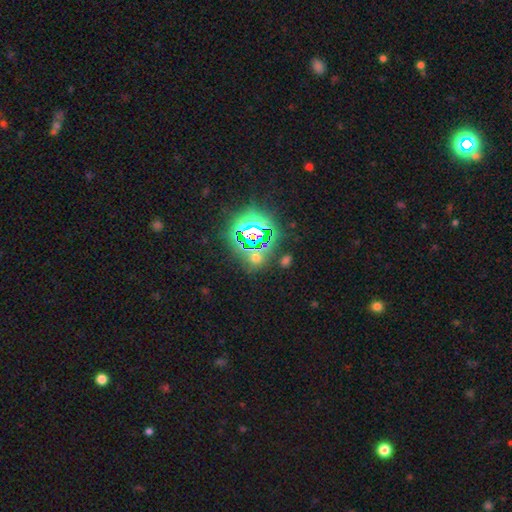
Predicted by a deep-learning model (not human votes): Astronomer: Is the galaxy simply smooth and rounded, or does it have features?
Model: star or artifact — 73%.